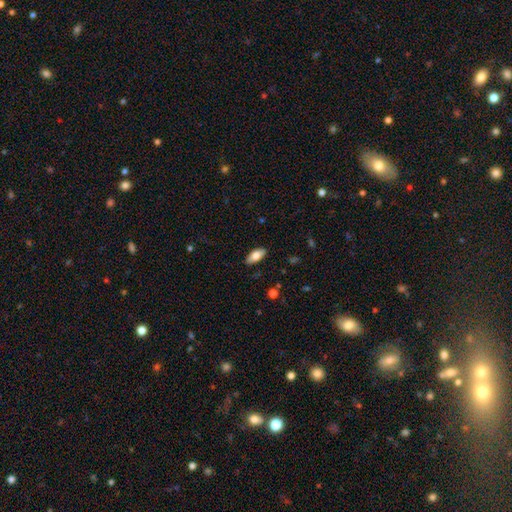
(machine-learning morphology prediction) A smooth galaxy with no disk features (75%) that is in between round and cigar-shaped (86%). Merging: none (88%).